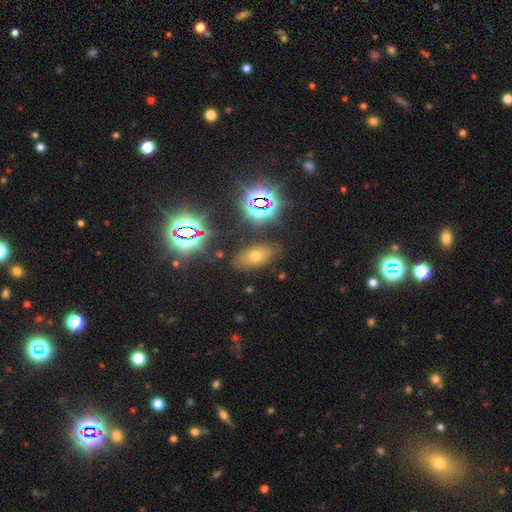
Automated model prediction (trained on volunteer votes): Smooth or featured?
  - smooth: 46% *
  - star or artifact: 38%
  - featured or disk: 16%
Merging?
  - none: 83% *
  - minor disturbance: 10%
  - major disturbance: 4%
  - merger: 3%